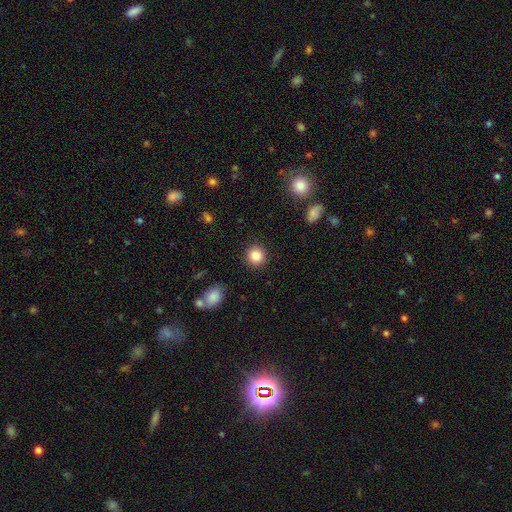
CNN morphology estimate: A smooth galaxy with no disk features (86%) that is round (92%). Merging: none (90%).